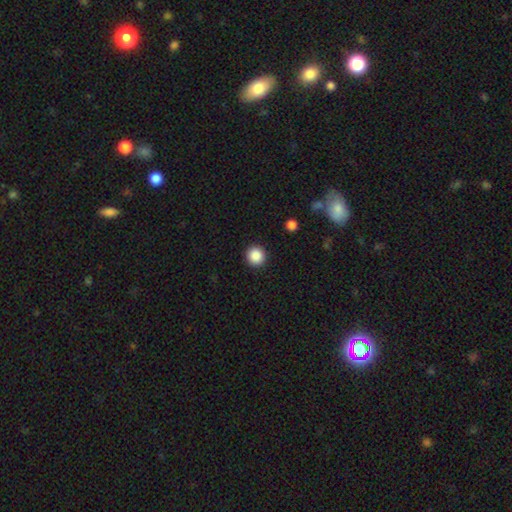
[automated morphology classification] The model was most divided on "smooth or featured": smooth: 88%, star or artifact: 10%, featured or disk: 3%. More confident: how rounded — round (95%); merging — none (93%).